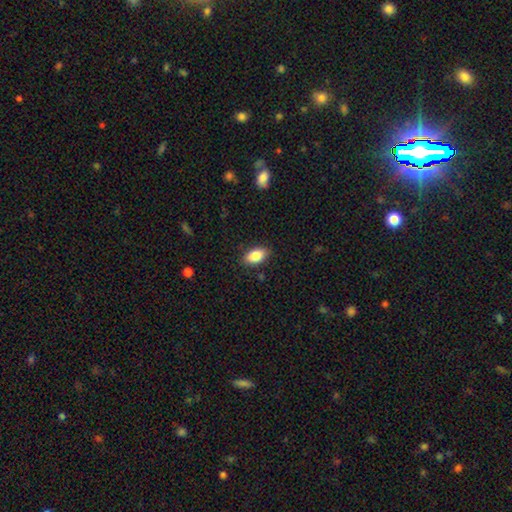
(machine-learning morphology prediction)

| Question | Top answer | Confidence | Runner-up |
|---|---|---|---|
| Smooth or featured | smooth | 85% | featured or disk (8%) |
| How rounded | in between | 92% | round (5%) |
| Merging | none | 87% | minor disturbance (9%) |